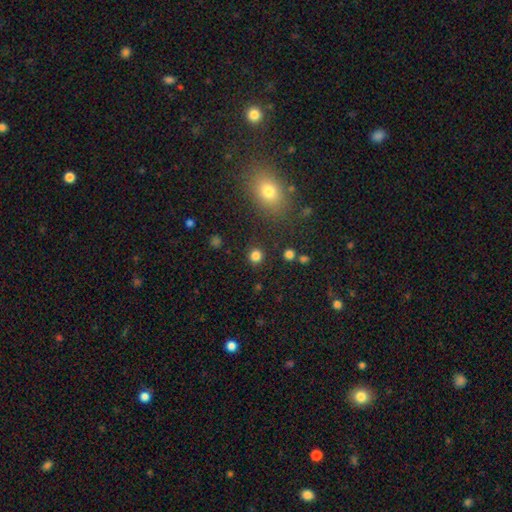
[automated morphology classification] A smooth galaxy with no disk features (82%) that is round (91%). Merging: none (89%).